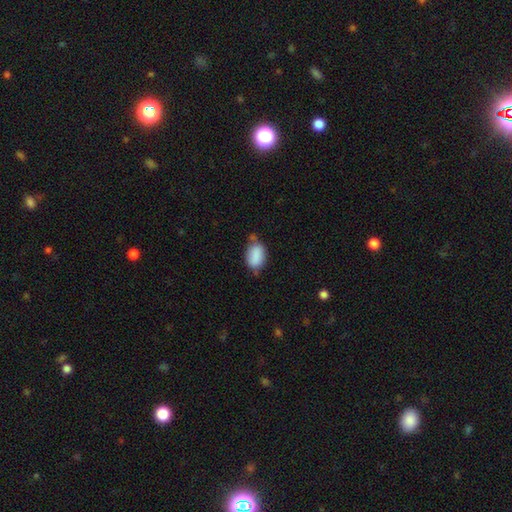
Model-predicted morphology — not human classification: Q: Smooth or featured?
A: smooth (87%); runner-up: star or artifact (7%)
Q: How rounded?
A: in between (86%); runner-up: round (12%)
Q: Merging?
A: none (57%); runner-up: minor disturbance (28%)